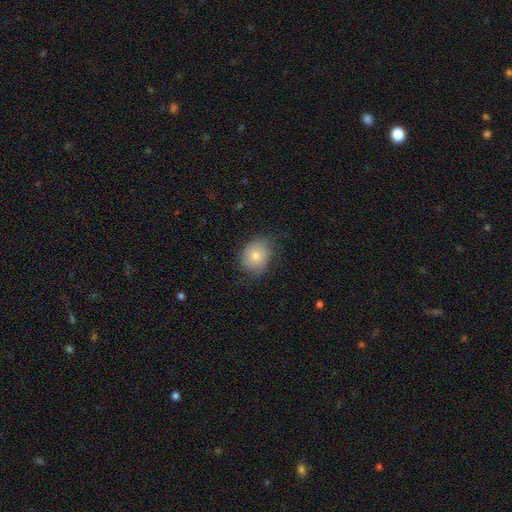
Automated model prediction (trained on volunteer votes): A smooth galaxy with no disk features (76%) that is round (58%). Merging: none (64%).